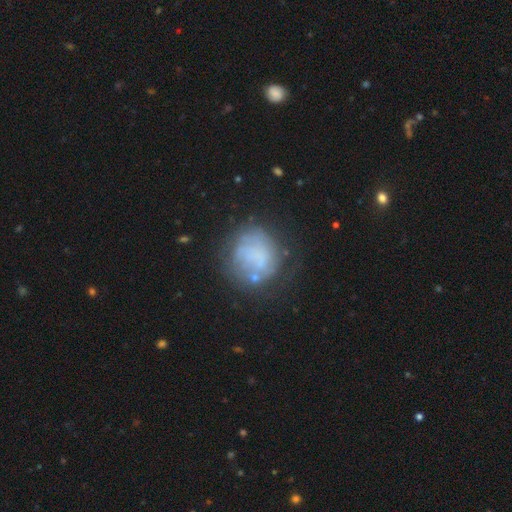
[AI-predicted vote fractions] This is possibly a smooth galaxy (45%). Merging: possibly none (55%).